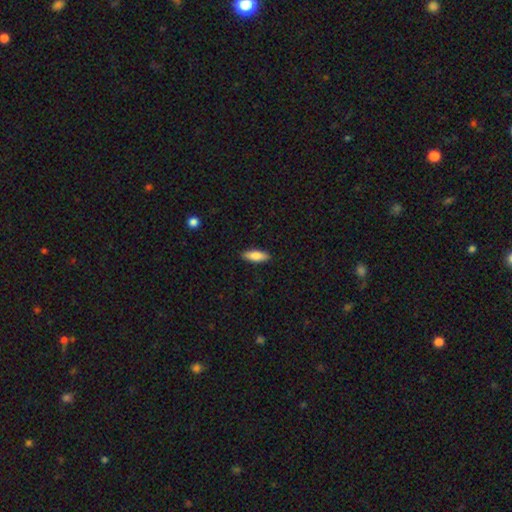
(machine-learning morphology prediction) Smooth or featured: smooth — 83% (featured or disk — 11%)
How rounded: in between — 65% (cigar-shaped — 33%)
Merging: none — 89% (minor disturbance — 8%)